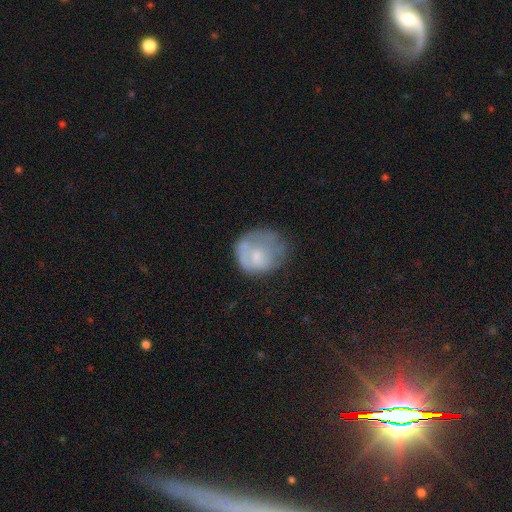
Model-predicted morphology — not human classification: smooth_or_featured: smooth (p=0.58) [alt: featured or disk p=0.33]
how_rounded: round (p=0.70) [alt: in between p=0.29]
merging: none (p=0.39) [alt: minor disturbance p=0.30]